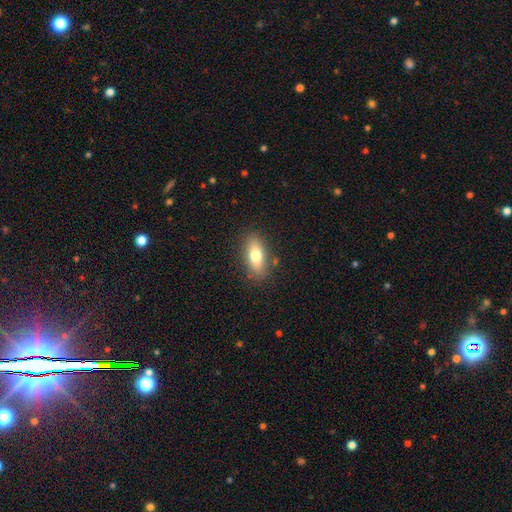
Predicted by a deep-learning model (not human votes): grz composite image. It shows a smooth galaxy with no disk features (74%) that is in between round and cigar-shaped (78%). Merging: none (84%).